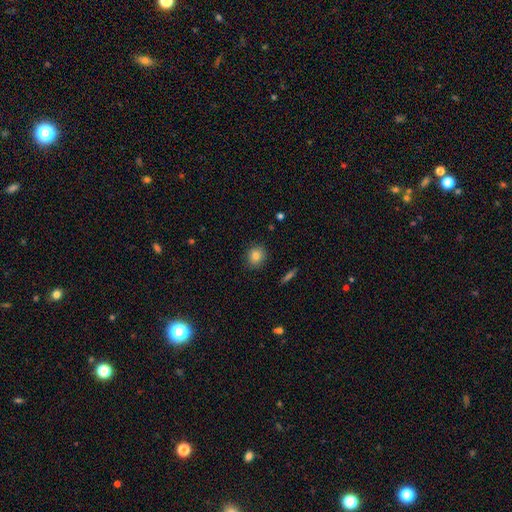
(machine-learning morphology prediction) This appears to be a smooth galaxy with no disk features (82%) that is round (76%). Merging: none (87%).